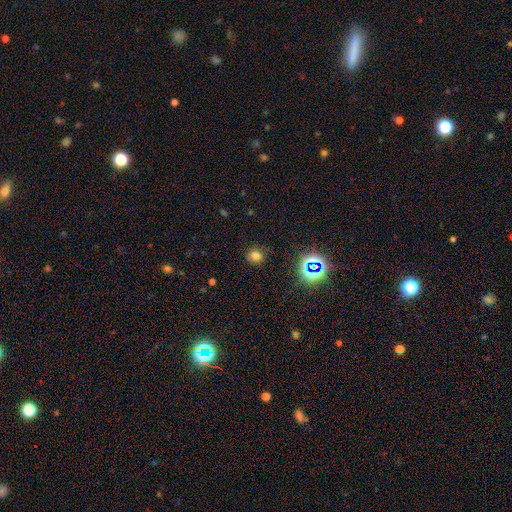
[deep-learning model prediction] Smooth or featured? smooth (70%)
How rounded? round (73%)
Merging? none (83%)